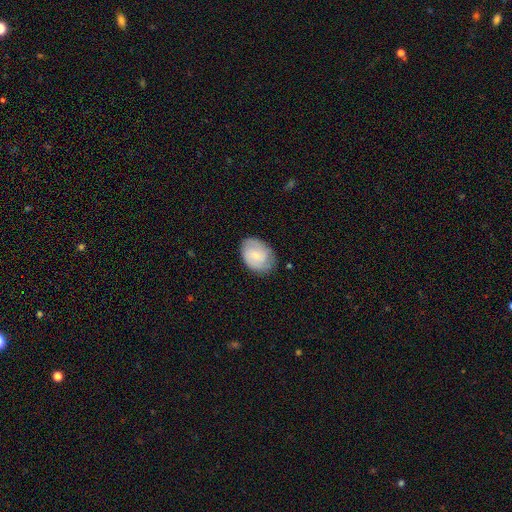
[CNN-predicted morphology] This appears to be a smooth galaxy with no disk features (47%). Merging: none (76%).